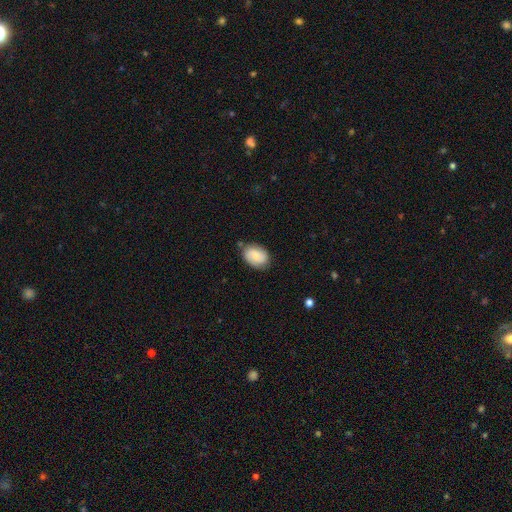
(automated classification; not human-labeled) smooth 63%, featured or disk 30%, star or artifact 7%. Down the decision tree: how rounded — in between (77%); merging — none (74%).